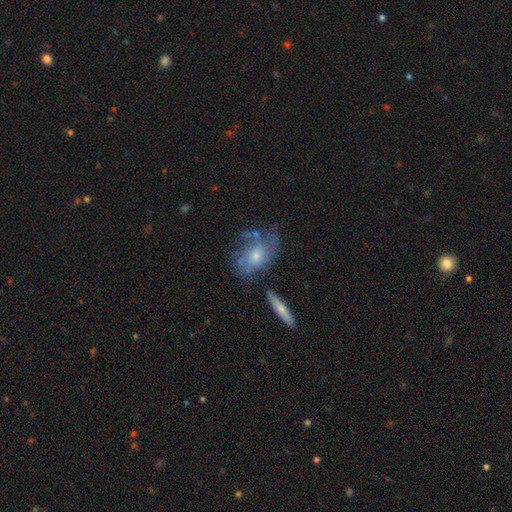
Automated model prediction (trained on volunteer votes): A featured or disk galaxy (70%) with no bar (75%), tight (44%) spiral arms (78%) and a moderate central bulge (55%). Merging: none (58%).